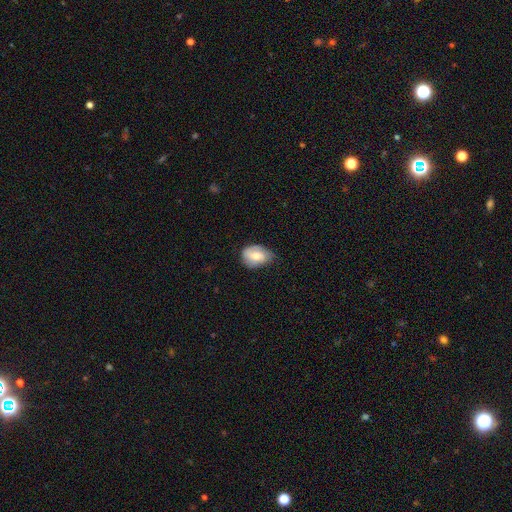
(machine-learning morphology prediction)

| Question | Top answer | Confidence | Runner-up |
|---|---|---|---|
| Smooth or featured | smooth | 66% | featured or disk (27%) |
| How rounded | in between | 78% | round (20%) |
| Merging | none | 53% | minor disturbance (37%) |